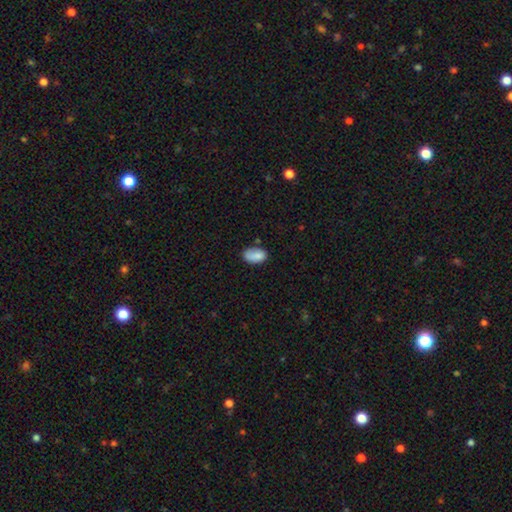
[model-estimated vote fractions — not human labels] A smooth galaxy with no disk features (83%) that is in between round and cigar-shaped (91%). Merging: none (60%).